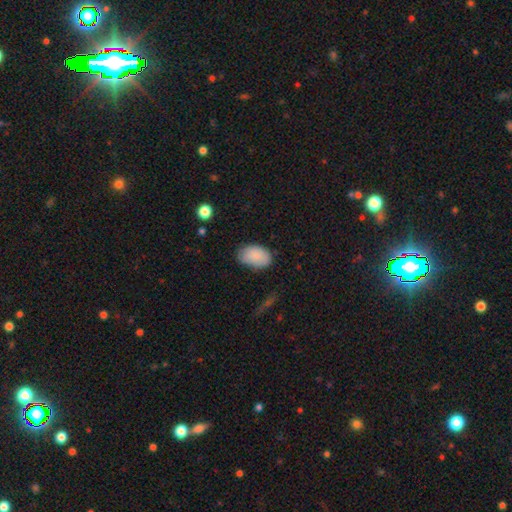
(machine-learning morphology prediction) A smooth galaxy with no disk features (86%) that is in between round and cigar-shaped (90%).

Vote fractions:
- Smooth or featured? smooth: 86% / featured or disk: 7% / star or artifact: 7%
- How rounded? in between: 90% / round: 9% / cigar-shaped: 1%
- Merging? none: 73% / minor disturbance: 21% / major disturbance: 4% / merger: 2%